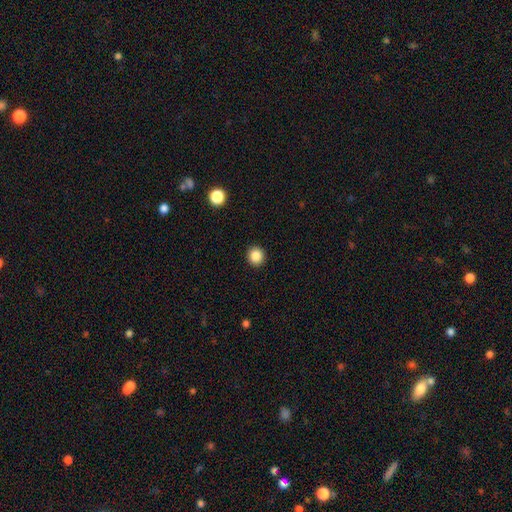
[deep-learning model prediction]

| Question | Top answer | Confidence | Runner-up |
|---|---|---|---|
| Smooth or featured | smooth | 86% | star or artifact (10%) |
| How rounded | round | 89% | in between (10%) |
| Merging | none | 93% | minor disturbance (5%) |